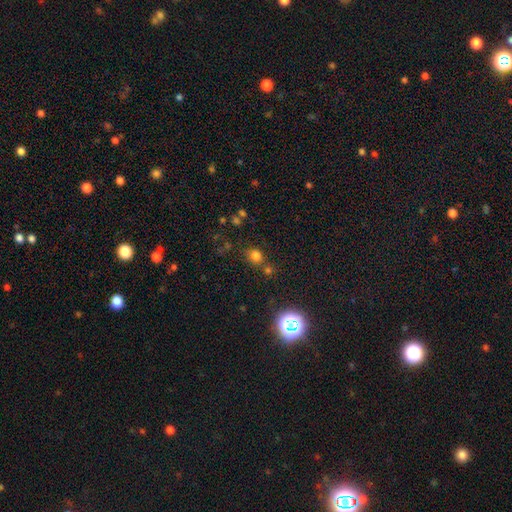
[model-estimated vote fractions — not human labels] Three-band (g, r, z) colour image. It shows a smooth galaxy with no disk features (72%) that is round (66%). Merging: none (66%).